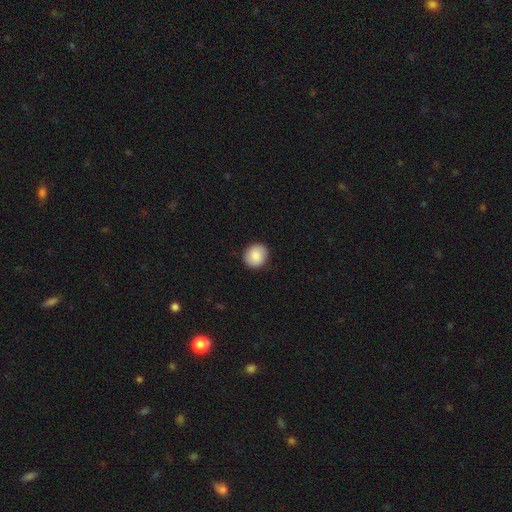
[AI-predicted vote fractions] This appears to be a smooth galaxy with no disk features (87%) that is round (84%). Merging: none (90%).